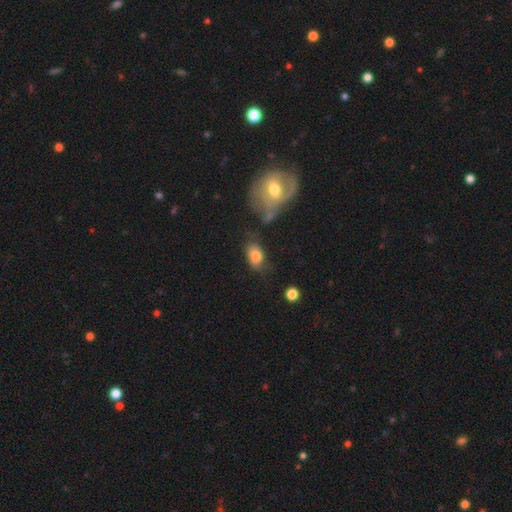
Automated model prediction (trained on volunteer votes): Morphology: type=smooth (76%); roundness=in between (86%); merging=none (50%).